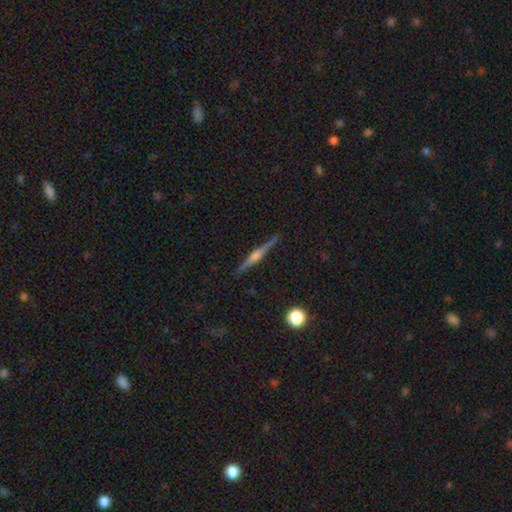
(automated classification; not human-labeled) Morphology: type=featured or disk (74%); edge-on=yes (98%); edge-on bulge=rounded (78%); merging=none (90%).